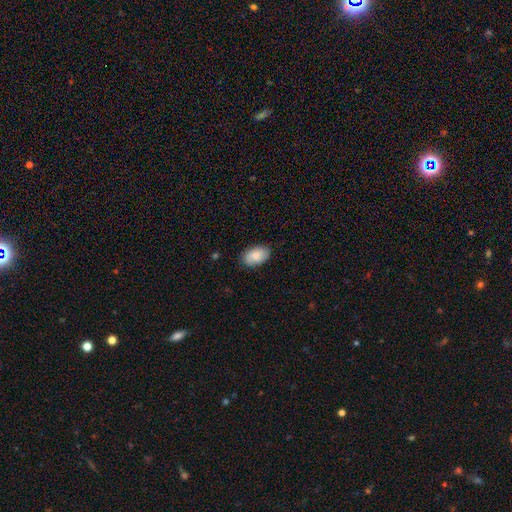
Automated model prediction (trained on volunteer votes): A smooth galaxy with no disk features (72%) that is in between round and cigar-shaped (92%). Merging: none (81%).